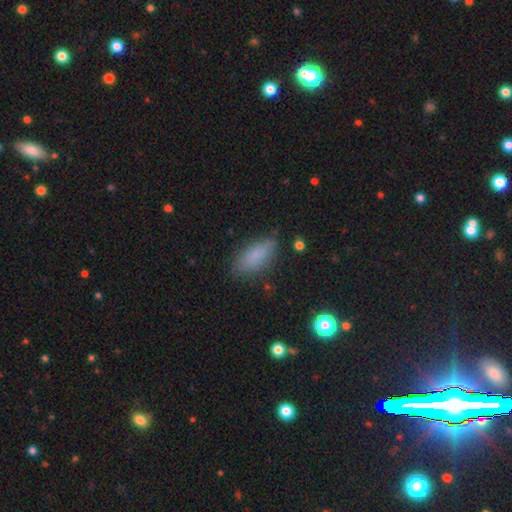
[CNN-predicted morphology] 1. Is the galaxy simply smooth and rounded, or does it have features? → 82% smooth, 10% featured or disk, 9% star or artifact.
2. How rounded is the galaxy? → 76% in between, 21% cigar-shaped, 3% round.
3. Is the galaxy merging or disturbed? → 80% none, 15% minor disturbance, 4% major disturbance, 2% merger.